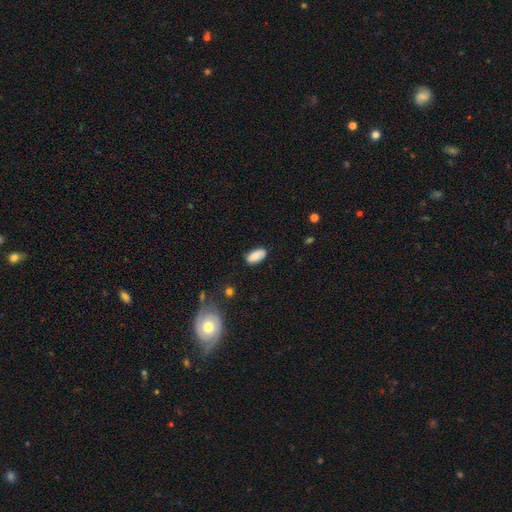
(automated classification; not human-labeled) smooth_or_featured: smooth (p=0.83) [alt: featured or disk p=0.09]
how_rounded: in between (p=0.94) [alt: cigar-shaped p=0.04]
merging: none (p=0.77) [alt: minor disturbance p=0.18]